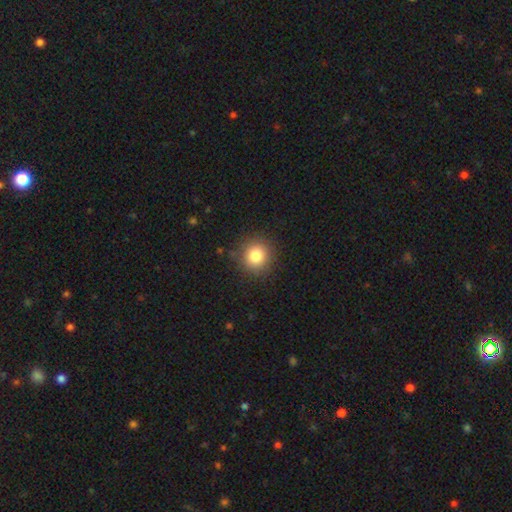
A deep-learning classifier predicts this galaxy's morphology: The model was most divided on "smooth or featured": smooth: 81%, star or artifact: 12%, featured or disk: 7%. More confident: how rounded — round (92%); merging — none (89%).